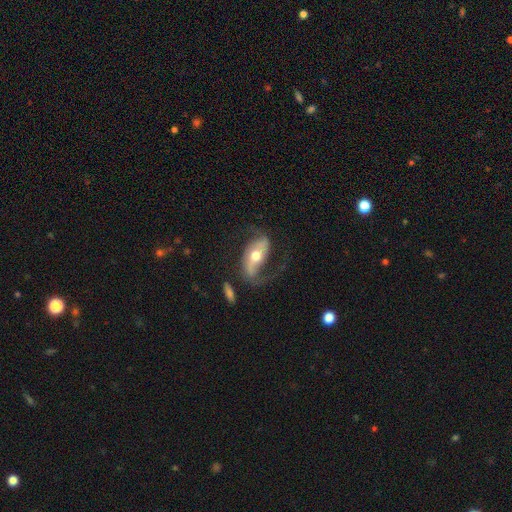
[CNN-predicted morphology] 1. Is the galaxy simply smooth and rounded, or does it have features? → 76% featured or disk, 18% smooth, 6% star or artifact.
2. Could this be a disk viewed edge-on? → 93% no, 7% yes.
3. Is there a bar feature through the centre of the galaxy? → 37% strong, 32% weak, 31% no.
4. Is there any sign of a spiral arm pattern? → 89% yes, 11% no.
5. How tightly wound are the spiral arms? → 57% loose, 34% medium, 10% tight.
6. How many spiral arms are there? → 77% 2, 16% 1, 4% can't tell, 1% 3, 1% 4, 1% more than 4.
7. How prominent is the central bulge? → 72% moderate, 15% small, 10% large, 1% dominant, 1% none.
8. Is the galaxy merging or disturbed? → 53% none, 26% major disturbance, 18% minor disturbance, 3% merger.